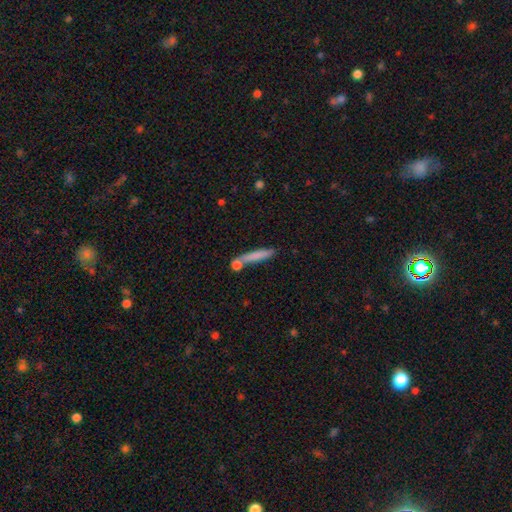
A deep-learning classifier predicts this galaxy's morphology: The model was most divided on "merging": none: 65%, merger: 17%, minor disturbance: 13%, major disturbance: 4%. More confident: how rounded — cigar-shaped (91%); smooth or featured — smooth (73%).